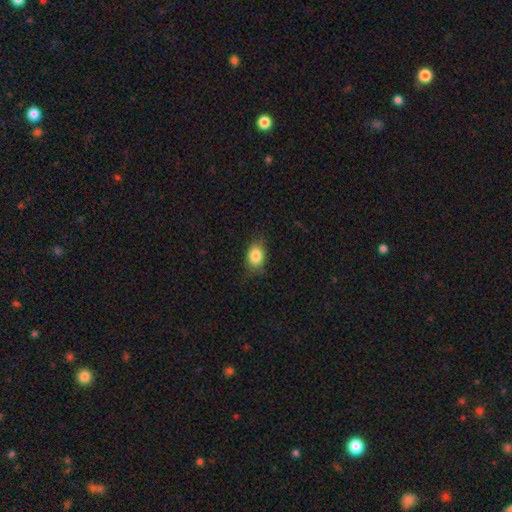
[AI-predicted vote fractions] Overall: smooth (84%). How rounded: in between (72%). Merging: none (74%).